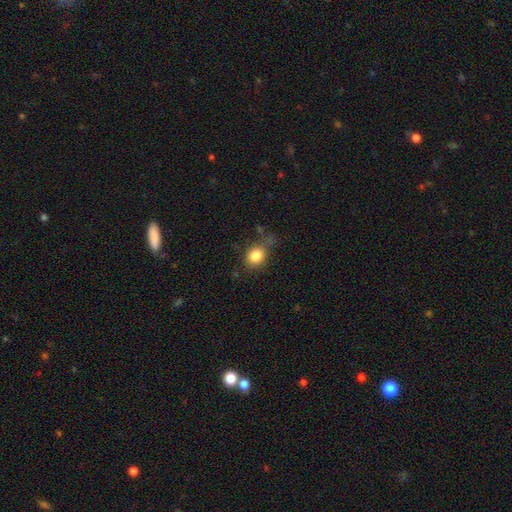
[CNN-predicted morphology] type=smooth (83%); roundness=round (53%); merging=none (60%).